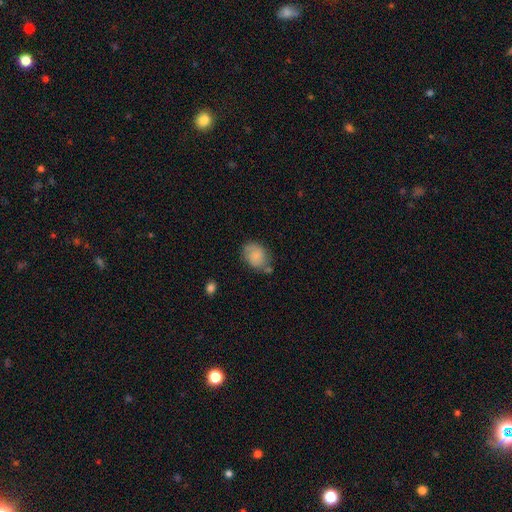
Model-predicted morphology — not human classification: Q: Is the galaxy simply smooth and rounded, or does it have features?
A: smooth — 70%.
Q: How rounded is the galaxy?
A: in between — 70%.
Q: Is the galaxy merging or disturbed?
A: none — 58%.